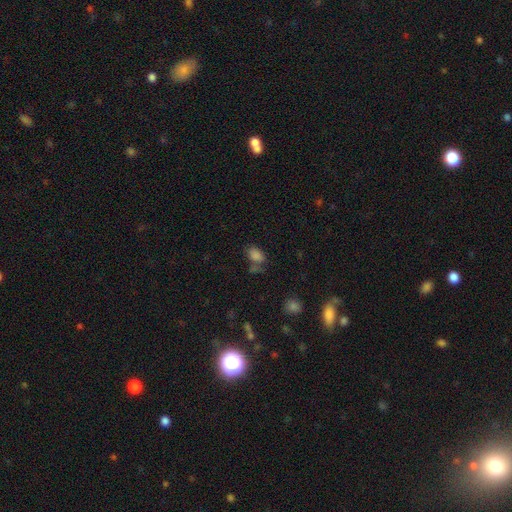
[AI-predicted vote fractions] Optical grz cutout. It shows a smooth galaxy with no disk features (82%) that is in between round and cigar-shaped (88%). Merging: none (55%).